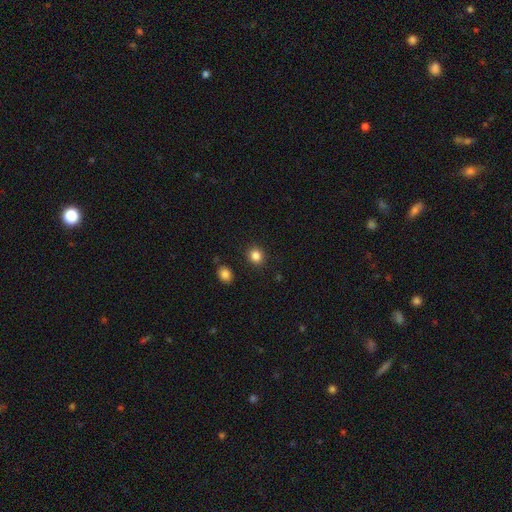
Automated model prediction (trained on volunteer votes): The model was most divided on "how rounded": round: 79%, in between: 20%, cigar-shaped: 1%. More confident: merging — none (90%); smooth or featured — smooth (84%).